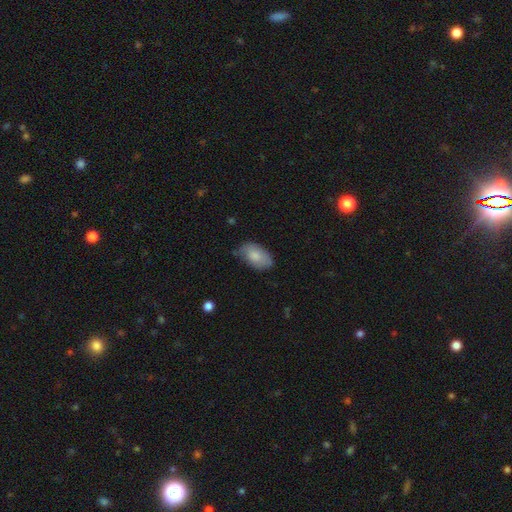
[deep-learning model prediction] A smooth galaxy with no disk features (81%) that is in between round and cigar-shaped (94%). Merging: none (59%).